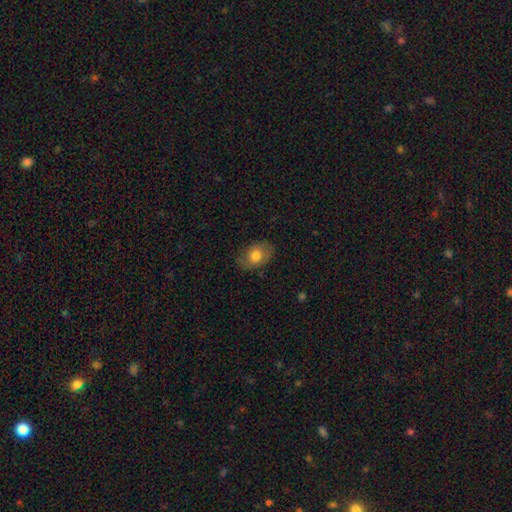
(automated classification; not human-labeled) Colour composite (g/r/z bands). It shows a smooth galaxy with no disk features (73%) that is in between round and cigar-shaped (80%). Merging: none (75%).